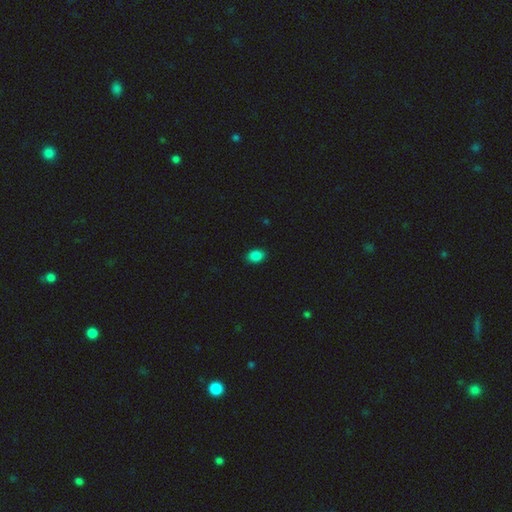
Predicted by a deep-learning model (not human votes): smooth_or_featured: smooth (p=0.86) [alt: star or artifact p=0.11]
how_rounded: in between (p=0.75) [alt: round p=0.24]
merging: none (p=0.89) [alt: minor disturbance p=0.08]